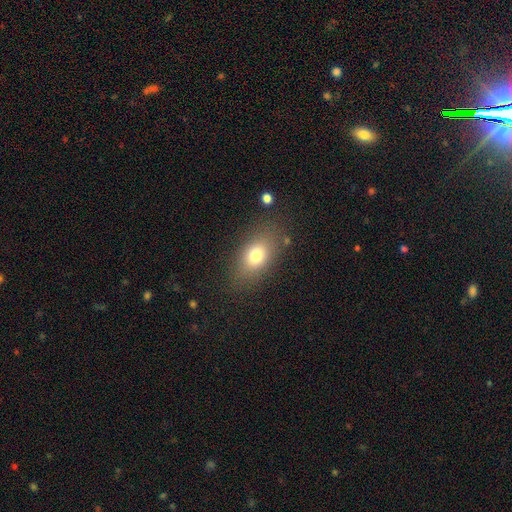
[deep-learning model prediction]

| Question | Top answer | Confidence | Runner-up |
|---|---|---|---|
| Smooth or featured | smooth | 75% | featured or disk (14%) |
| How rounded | in between | 80% | round (16%) |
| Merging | none | 80% | minor disturbance (12%) |